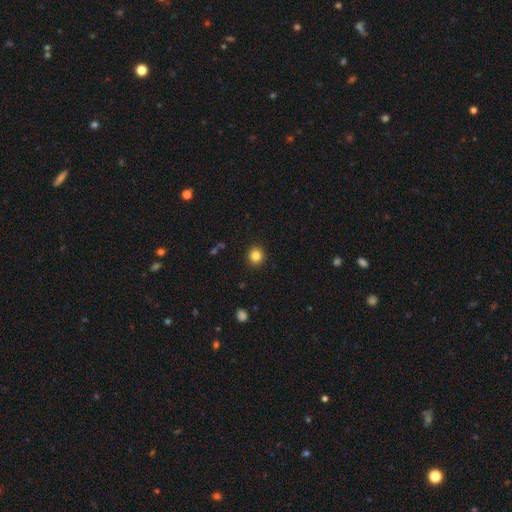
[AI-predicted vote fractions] Q: Smooth or featured?
A: smooth (84%); runner-up: star or artifact (11%)
Q: How rounded?
A: round (91%); runner-up: in between (8%)
Q: Merging?
A: none (92%); runner-up: minor disturbance (5%)